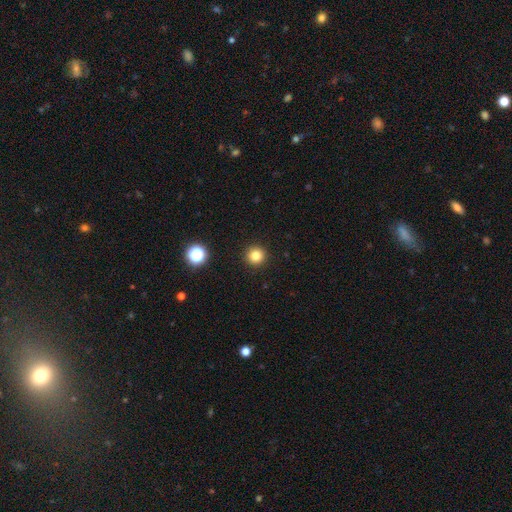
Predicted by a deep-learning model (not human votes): Smooth or featured? smooth (81%)
How rounded? round (96%)
Merging? none (93%)